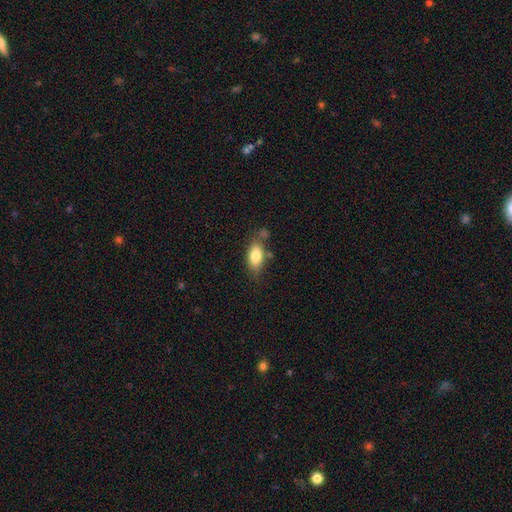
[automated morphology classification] smooth-or-featured: smooth: 80% | featured or disk: 13% | star or artifact: 7%
  how-rounded: in between: 85% | cigar-shaped: 10% | round: 5%
  merging: none: 64% | minor disturbance: 21% | merger: 10% | major disturbance: 6%